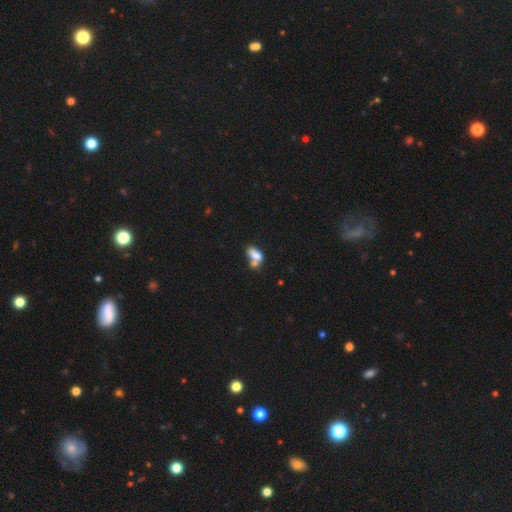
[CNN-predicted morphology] A smooth galaxy with no disk features (72%) that is in between round and cigar-shaped (84%).

Vote fractions:
- Smooth or featured? smooth: 72% / featured or disk: 19% / star or artifact: 9%
- How rounded? in between: 84% / round: 9% / cigar-shaped: 7%
- Merging? merger: 55% / none: 25% / minor disturbance: 11% / major disturbance: 8%